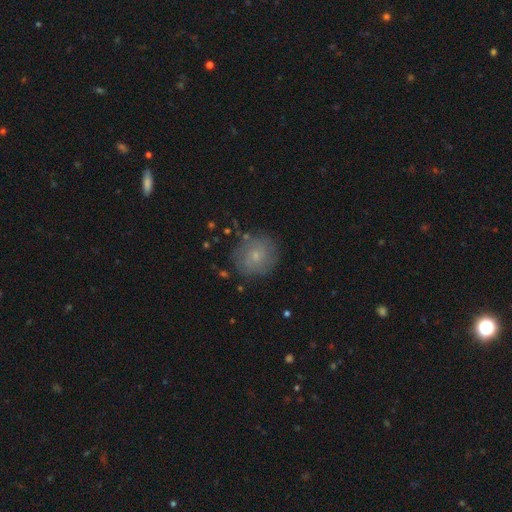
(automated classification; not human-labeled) This appears to be a smooth galaxy with no disk features (51%) that is round (85%). Merging: none (78%).